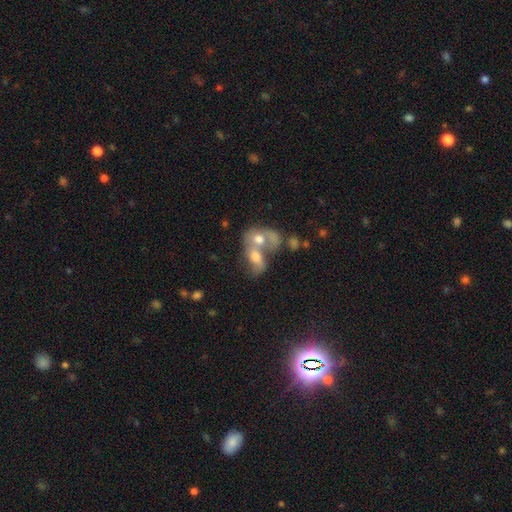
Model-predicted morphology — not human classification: smooth_or_featured: smooth (p=0.46) [alt: featured or disk p=0.38]
merging: merger (p=0.76) [alt: none p=0.13]